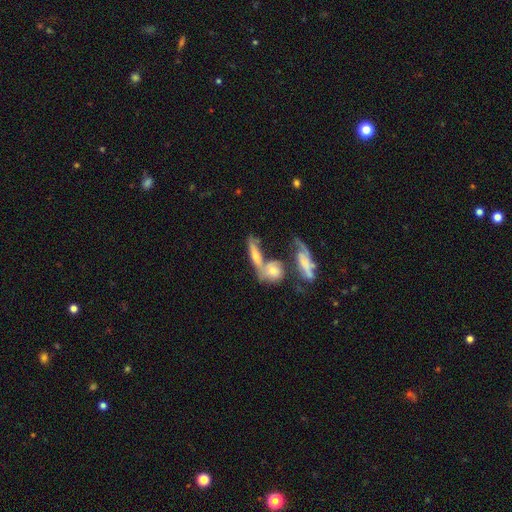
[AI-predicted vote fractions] Smooth or featured?
  - featured or disk: 46% *
  - smooth: 45%
  - star or artifact: 9%
Merging?
  - merger: 53% *
  - none: 28%
  - minor disturbance: 12%
  - major disturbance: 8%